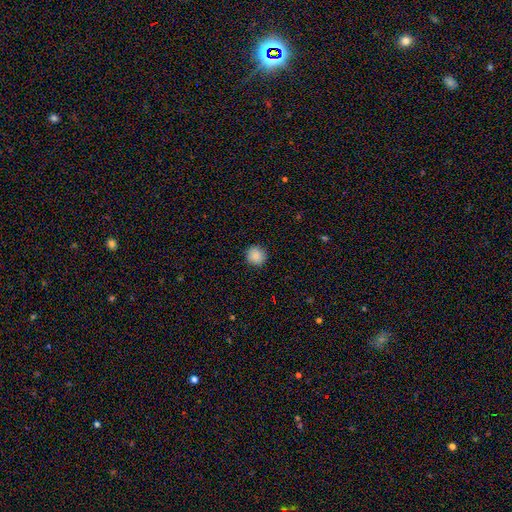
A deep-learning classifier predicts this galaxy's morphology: smooth-or-featured: smooth: 88% | star or artifact: 9% | featured or disk: 3%
  how-rounded: round: 94% | in between: 5% | cigar-shaped: 1%
  merging: none: 91% | minor disturbance: 6% | major disturbance: 2% | merger: 1%